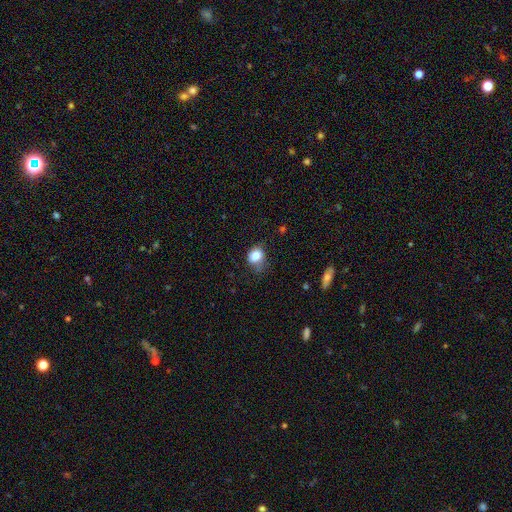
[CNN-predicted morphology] This is likely a smooth galaxy (80%). How rounded: likely round (62%). Merging: possibly none (55%).